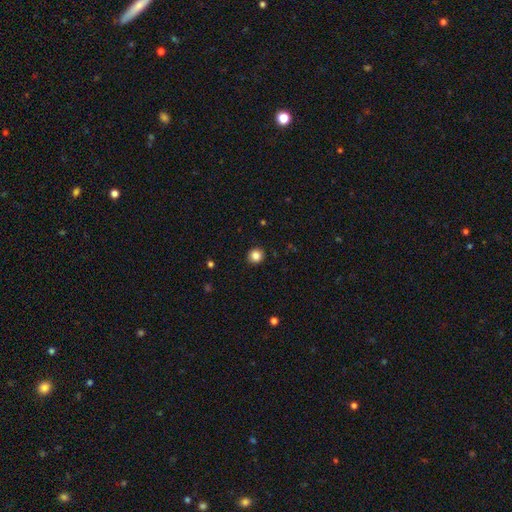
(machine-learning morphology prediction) Smooth or featured?
  - smooth: 85% *
  - star or artifact: 11%
  - featured or disk: 5%
How rounded?
  - round: 92% *
  - in between: 7%
  - cigar-shaped: 1%
Merging?
  - none: 92% *
  - minor disturbance: 5%
  - major disturbance: 2%
  - merger: 1%